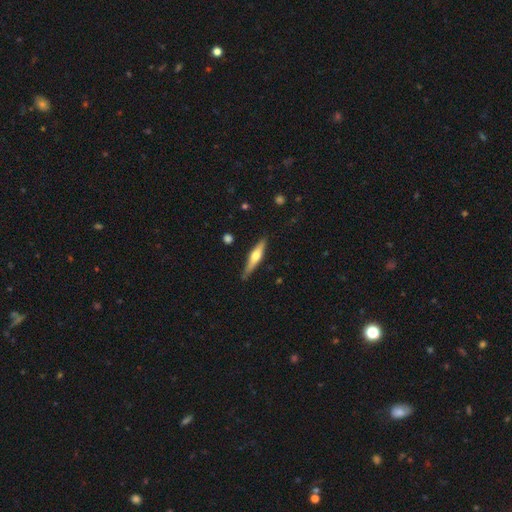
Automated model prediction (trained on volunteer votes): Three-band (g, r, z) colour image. It shows a featured or disk galaxy (55%) viewed edge-on (95%) with a rounded central bulge (91%). Merging: none (83%).